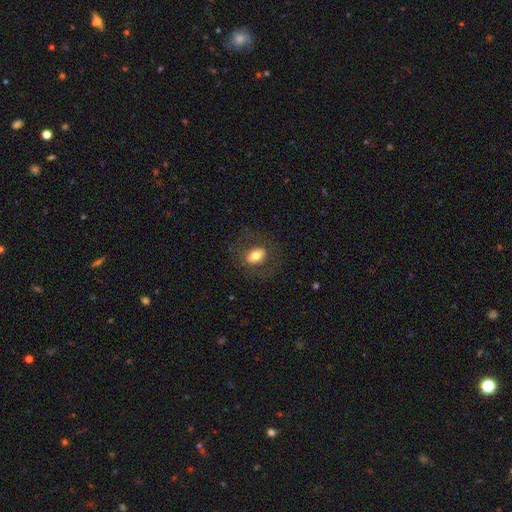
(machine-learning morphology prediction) Overall: smooth (64%; featured or disk 27%). How rounded: in between (79%). Merging: none (74%).